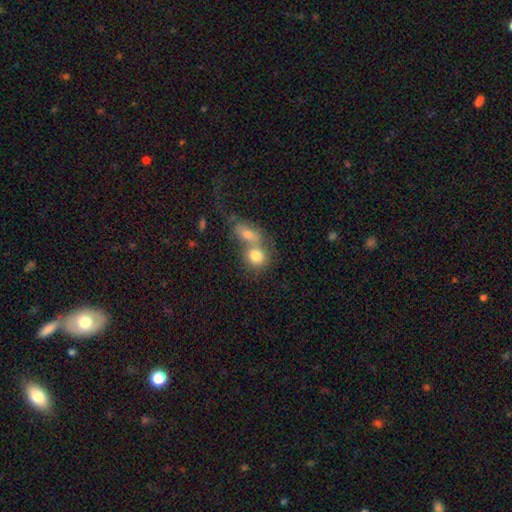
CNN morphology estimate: A smooth galaxy with no disk features (78%) that is round (63%).

Vote fractions:
- Smooth or featured? smooth: 78% / featured or disk: 12% / star or artifact: 9%
- How rounded? round: 63% / in between: 36% / cigar-shaped: 2%
- Merging? merger: 61% / none: 28% / minor disturbance: 7% / major disturbance: 4%